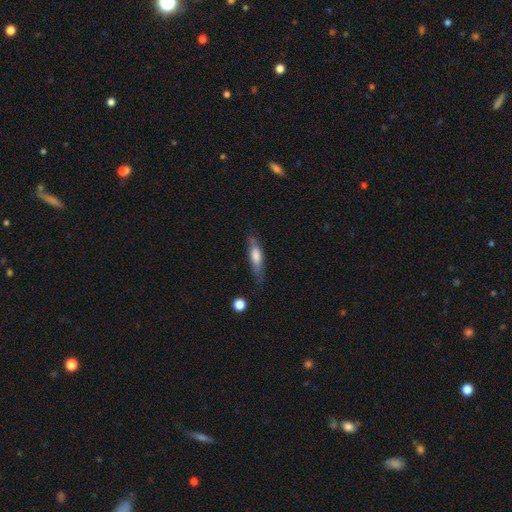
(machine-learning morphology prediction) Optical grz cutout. It shows a smooth galaxy with no disk features (63%) that is cigar-shaped (61%). Merging: none (64%).